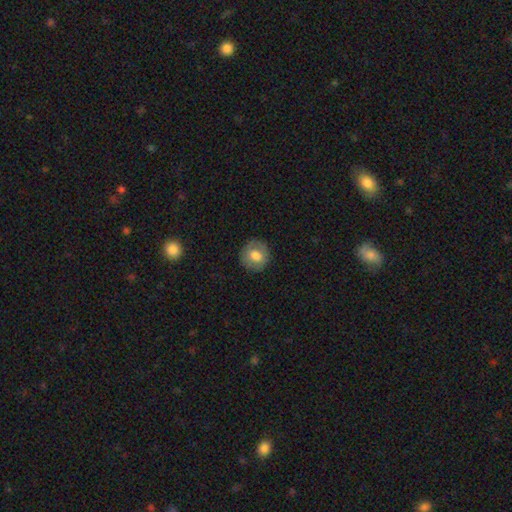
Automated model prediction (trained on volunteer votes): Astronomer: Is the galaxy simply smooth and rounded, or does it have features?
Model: smooth — 69%.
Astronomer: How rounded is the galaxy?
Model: round — 88%.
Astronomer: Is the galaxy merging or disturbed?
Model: none — 86%.